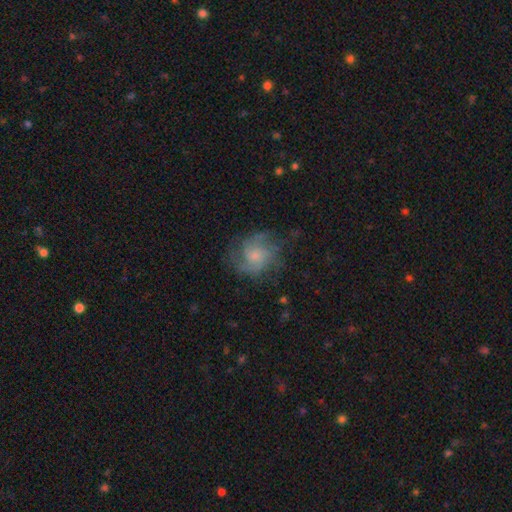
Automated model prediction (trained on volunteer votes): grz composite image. It shows a featured or disk galaxy (71%) with no bar (74%), 3 (30%) medium (49%) spiral arms (91%) and a small central bulge (63%). Merging: none (65%).